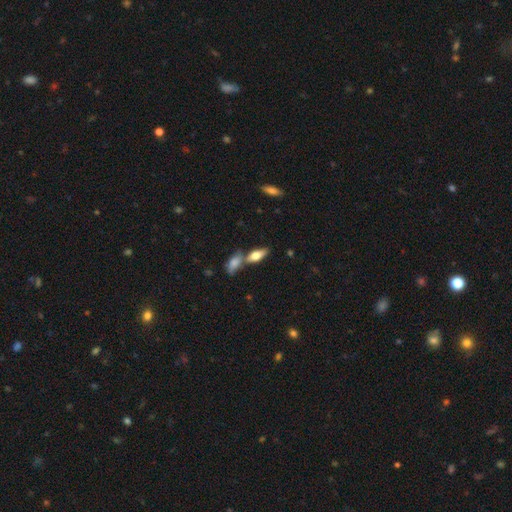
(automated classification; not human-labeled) smooth_or_featured: smooth (p=0.65) [alt: featured or disk p=0.27]
how_rounded: in between (p=0.74) [alt: cigar-shaped p=0.23]
merging: none (p=0.50) [alt: merger p=0.35]